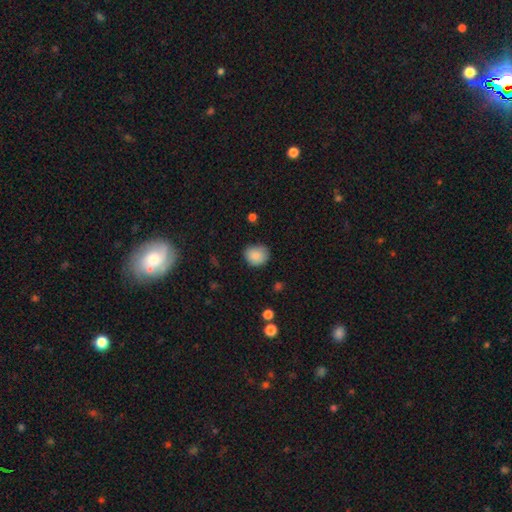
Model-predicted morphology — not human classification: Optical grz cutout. It shows a smooth galaxy with no disk features (87%) that is round (73%). Merging: none (78%).